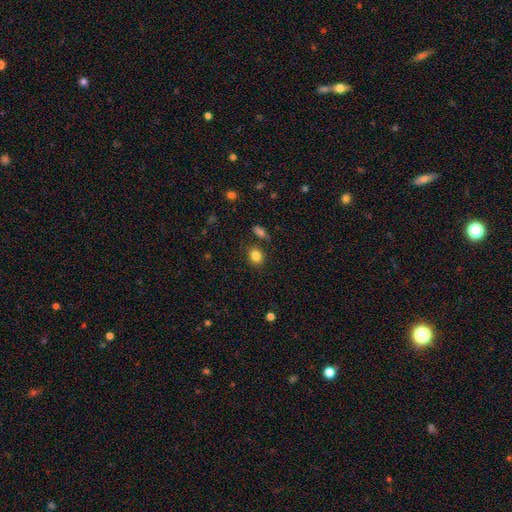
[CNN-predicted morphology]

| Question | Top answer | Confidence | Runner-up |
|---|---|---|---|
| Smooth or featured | smooth | 84% | star or artifact (10%) |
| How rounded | round | 59% | in between (40%) |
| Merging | none | 80% | minor disturbance (10%) |